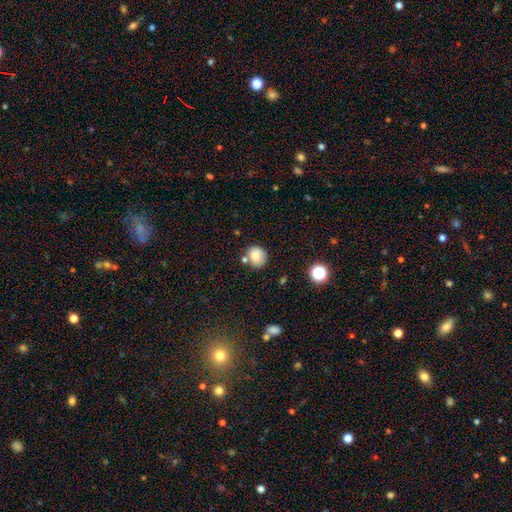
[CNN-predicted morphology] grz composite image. It shows a smooth galaxy with no disk features (80%) that is round (69%). Merging: none (62%).